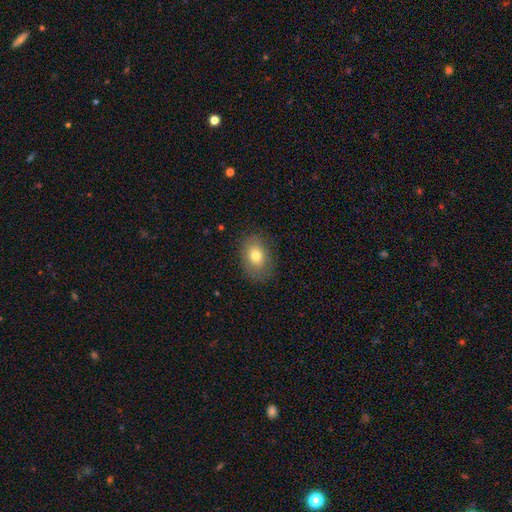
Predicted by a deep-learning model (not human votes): This is likely a smooth galaxy (75%). How rounded: likely in between (70%). Merging: likely none (79%).